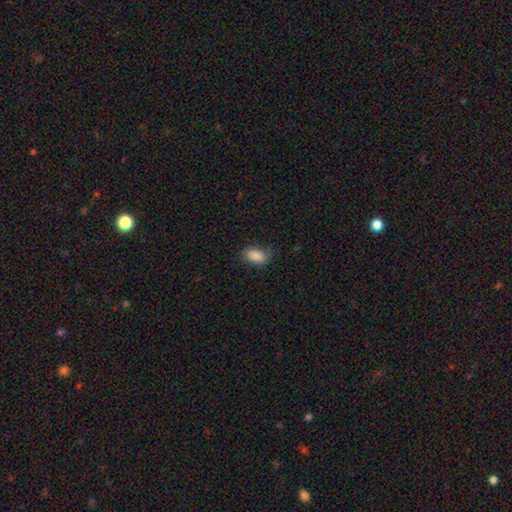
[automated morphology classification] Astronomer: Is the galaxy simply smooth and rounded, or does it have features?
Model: smooth — 85%.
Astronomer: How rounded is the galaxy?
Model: in between — 90%.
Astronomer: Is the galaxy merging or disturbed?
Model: none — 69%.